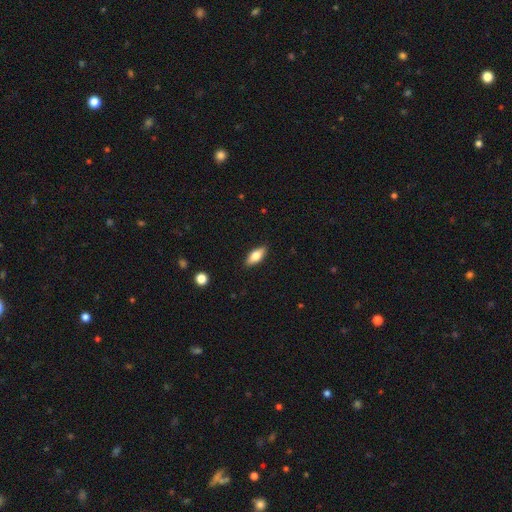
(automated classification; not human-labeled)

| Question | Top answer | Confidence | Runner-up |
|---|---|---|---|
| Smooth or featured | smooth | 69% | featured or disk (24%) |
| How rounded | in between | 77% | cigar-shaped (20%) |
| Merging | none | 88% | minor disturbance (9%) |